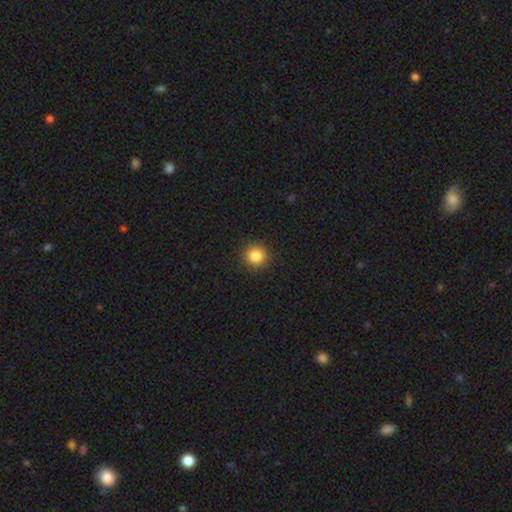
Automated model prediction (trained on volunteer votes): Smooth or featured?
  - smooth: 85% *
  - star or artifact: 11%
  - featured or disk: 5%
How rounded?
  - round: 93% *
  - in between: 6%
  - cigar-shaped: 1%
Merging?
  - none: 92% *
  - minor disturbance: 6%
  - major disturbance: 2%
  - merger: 1%